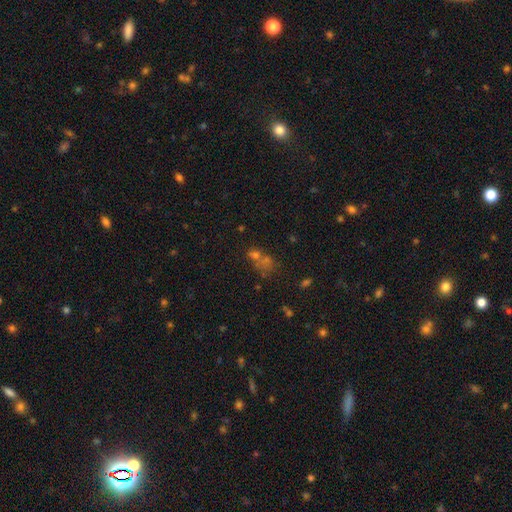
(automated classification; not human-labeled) Overall: smooth (49%; star or artifact 34%). Merging: merger (42%; none 39%).